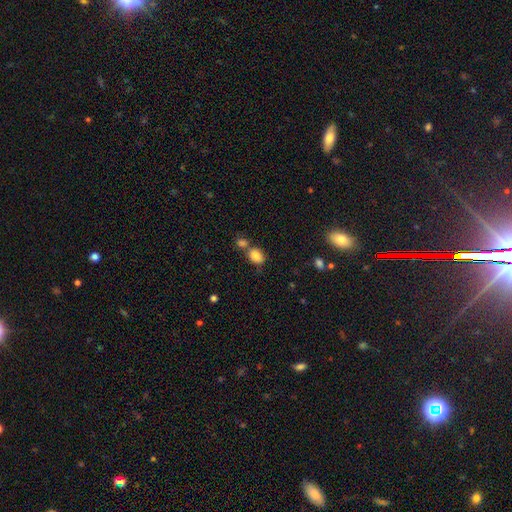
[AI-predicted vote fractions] Overall: smooth (85%). How rounded: in between (77%). Merging: none (49%; merger 34%).